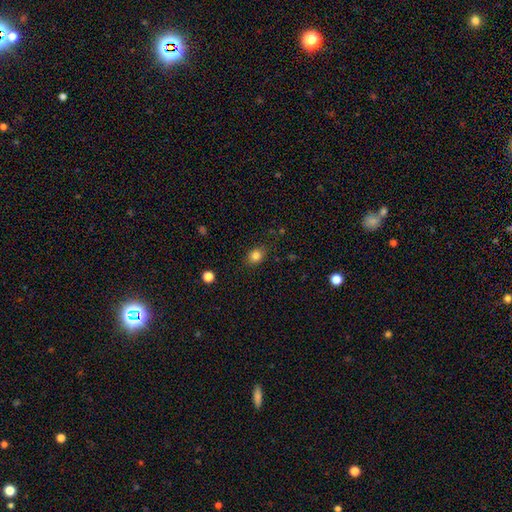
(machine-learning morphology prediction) Smooth or featured?
  - smooth: 83% *
  - star or artifact: 11%
  - featured or disk: 5%
How rounded?
  - round: 54% *
  - in between: 45%
  - cigar-shaped: 1%
Merging?
  - none: 83% *
  - minor disturbance: 12%
  - major disturbance: 3%
  - merger: 1%